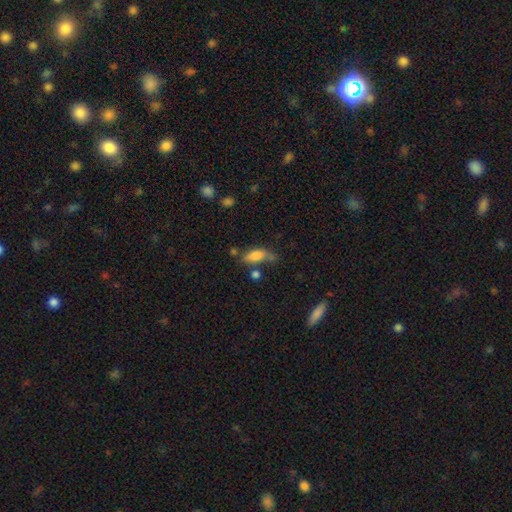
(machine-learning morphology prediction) Q: Smooth or featured?
A: smooth (78%); runner-up: featured or disk (14%)
Q: How rounded?
A: in between (79%); runner-up: cigar-shaped (17%)
Q: Merging?
A: none (43%); runner-up: minor disturbance (28%)